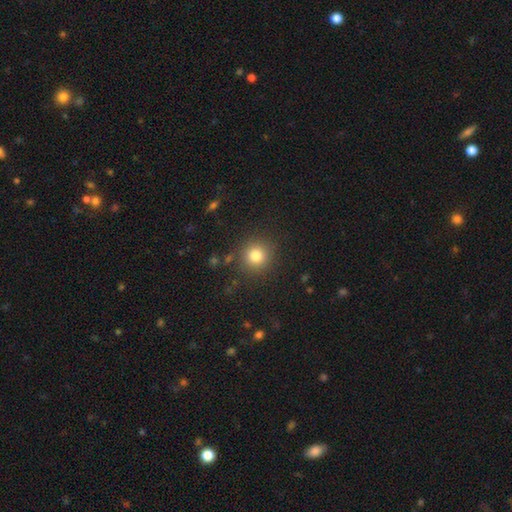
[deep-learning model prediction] smooth 81%, star or artifact 13%, featured or disk 7%. Down the decision tree: how rounded — round (93%); merging — none (87%).